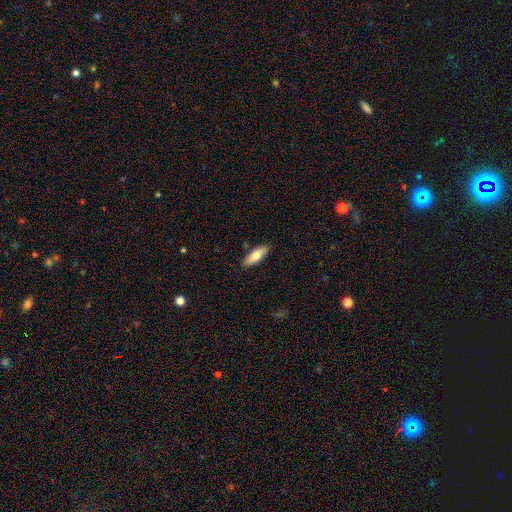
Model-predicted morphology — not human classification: The model was most divided on "how rounded": in between: 65%, cigar-shaped: 33%, round: 2%. More confident: merging — none (88%); smooth or featured — smooth (77%).